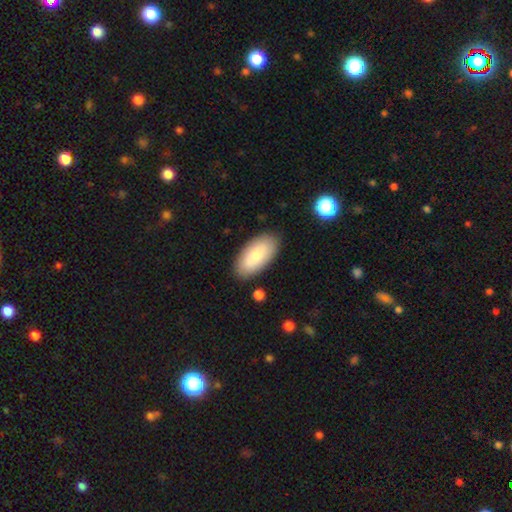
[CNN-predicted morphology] This appears to be a smooth galaxy with no disk features (80%) that is in between round and cigar-shaped (94%). Merging: none (85%).